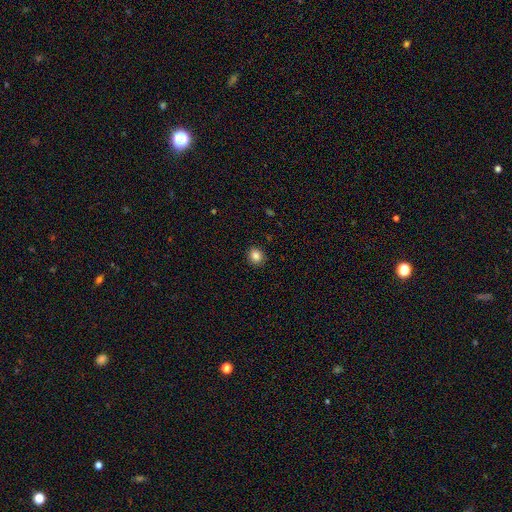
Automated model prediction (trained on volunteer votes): A smooth galaxy with no disk features (85%) that is round (79%).

Vote fractions:
- Smooth or featured? smooth: 85% / star or artifact: 10% / featured or disk: 5%
- How rounded? round: 79% / in between: 20% / cigar-shaped: 1%
- Merging? none: 91% / minor disturbance: 6% / major disturbance: 2% / merger: 1%